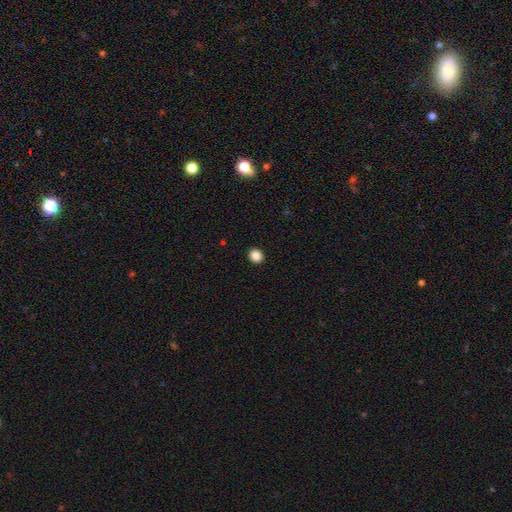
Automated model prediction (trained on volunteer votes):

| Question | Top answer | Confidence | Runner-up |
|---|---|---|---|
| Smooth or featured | smooth | 87% | star or artifact (10%) |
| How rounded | round | 73% | in between (27%) |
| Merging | none | 93% | minor disturbance (5%) |